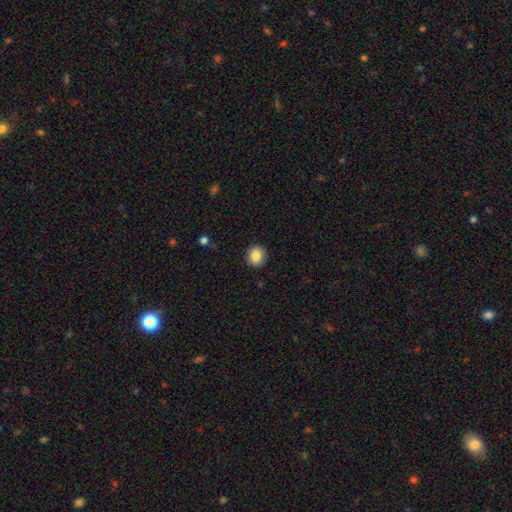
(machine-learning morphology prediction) This is clearly a smooth galaxy (86%). How rounded: clearly round (83%). Merging: clearly none (91%).